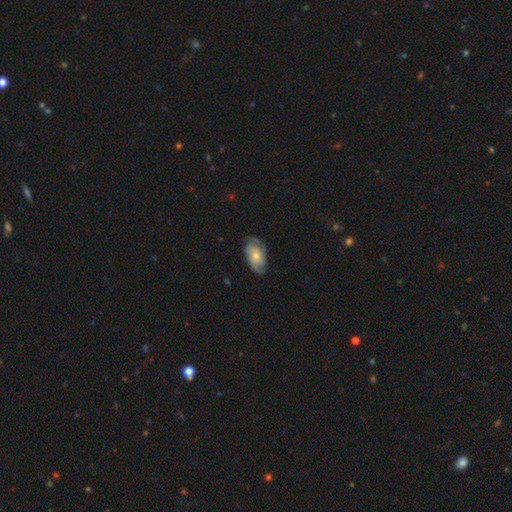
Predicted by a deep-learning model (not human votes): A featured or disk galaxy (51%). Merging: none (69%).